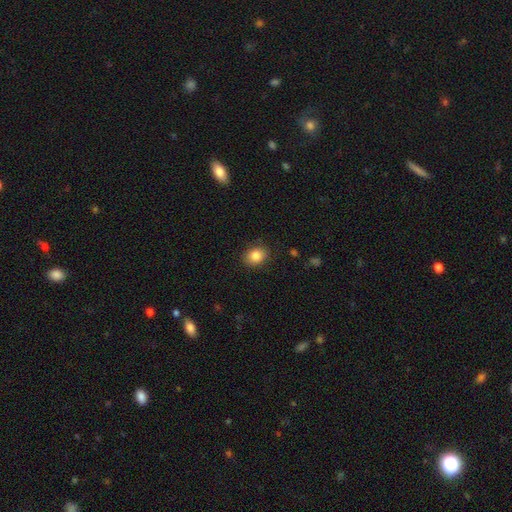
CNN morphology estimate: smooth-or-featured: smooth: 86% | star or artifact: 9% | featured or disk: 5%
  how-rounded: in between: 53% | round: 46% | cigar-shaped: 1%
  merging: none: 86% | minor disturbance: 10% | major disturbance: 3% | merger: 1%